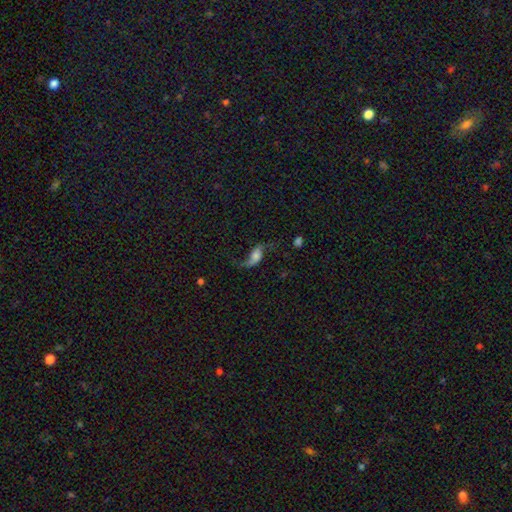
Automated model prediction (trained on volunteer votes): Smooth or featured? featured or disk (72%)
Edge-on disk? no (91%)
Bar? no (53%)
Spiral arms? yes (93%)
Spiral winding? loose (92%)
Spiral arm count? 2 (89%)
Bulge size? moderate (32%)
Merging? none (61%)